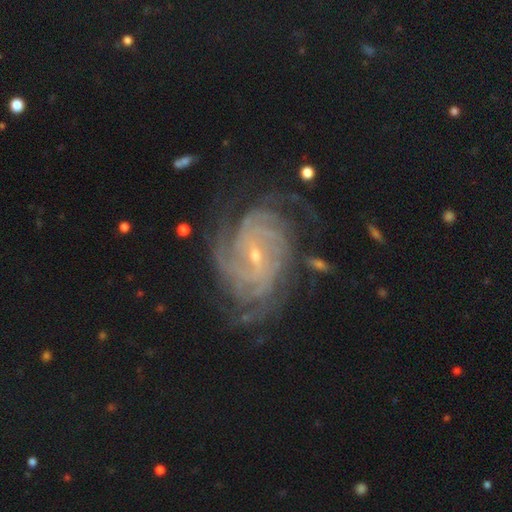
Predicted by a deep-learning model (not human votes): The model was most divided on "spiral arm count": 4: 28%, can't tell: 21%, 3: 16%, more than 4: 16%, 2: 11%, 1: 8%. Remaining: spiral arms — yes (98%); edge-on disk — no (97%); smooth or featured — featured or disk (91%); bulge size — small (76%); spiral winding — tight (74%); merging — none (72%); bar — weak (45%).